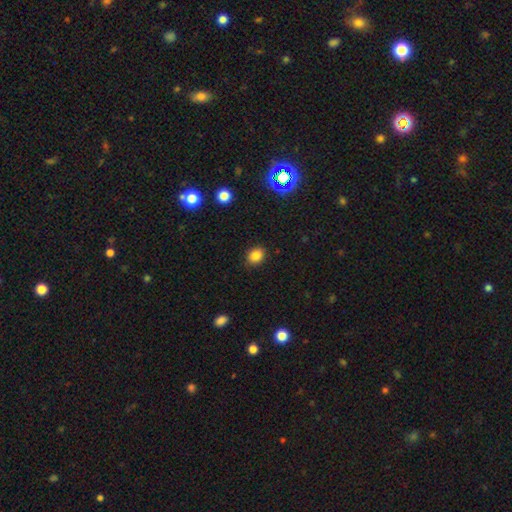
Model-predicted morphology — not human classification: Q: Smooth or featured?
A: smooth (83%); runner-up: star or artifact (12%)
Q: How rounded?
A: round (52%); runner-up: in between (47%)
Q: Merging?
A: none (88%); runner-up: minor disturbance (9%)